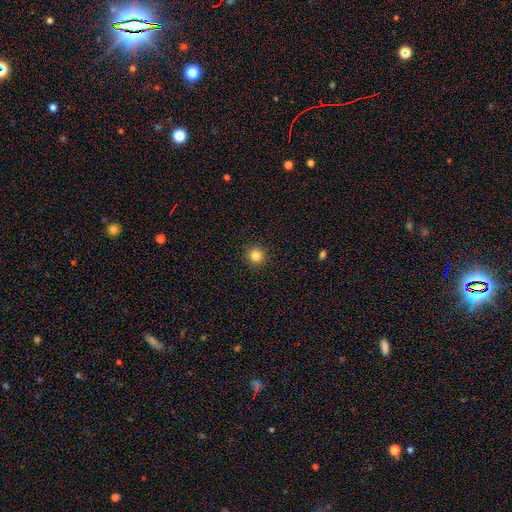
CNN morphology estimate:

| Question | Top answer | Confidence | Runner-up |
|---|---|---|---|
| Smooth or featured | smooth | 84% | star or artifact (12%) |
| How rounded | round | 94% | in between (5%) |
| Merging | none | 92% | minor disturbance (5%) |